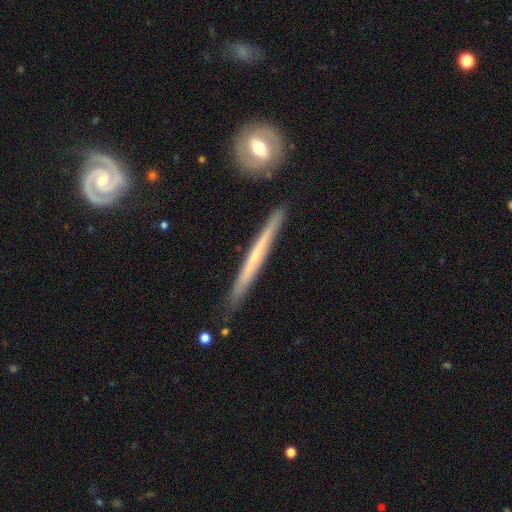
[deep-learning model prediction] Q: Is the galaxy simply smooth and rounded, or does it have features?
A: featured or disk — 63%.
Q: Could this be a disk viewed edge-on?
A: yes — 96%.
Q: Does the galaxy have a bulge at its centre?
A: none — 68%.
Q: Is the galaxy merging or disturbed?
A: none — 86%.